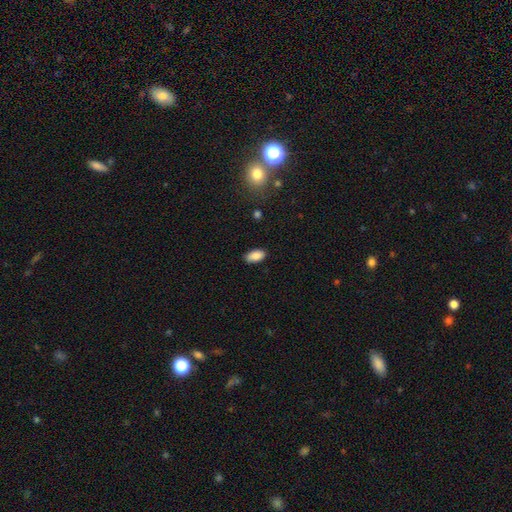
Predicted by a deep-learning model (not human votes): Overall: smooth (86%). How rounded: in between (94%). Merging: none (85%).